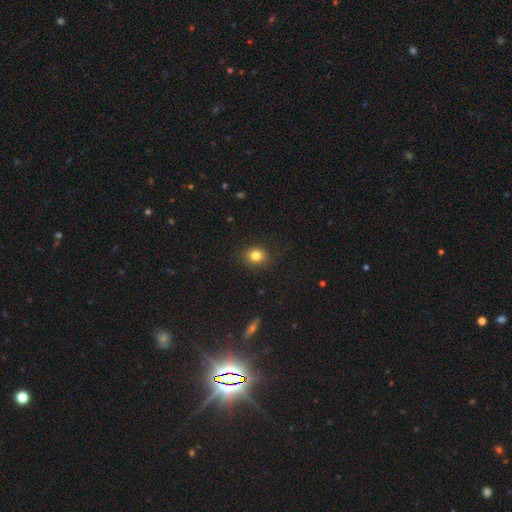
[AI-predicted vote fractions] Smooth or featured? smooth (82%)
How rounded? round (70%)
Merging? none (87%)